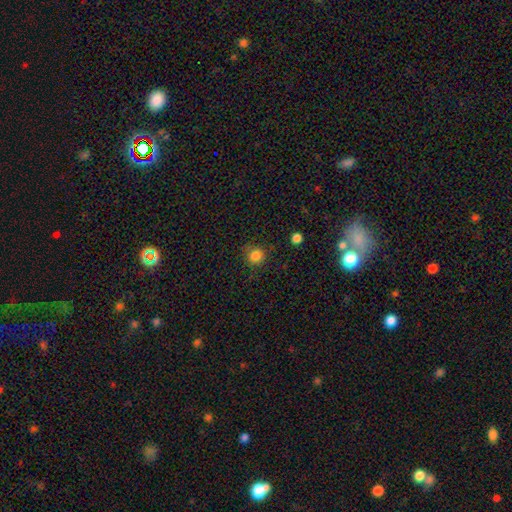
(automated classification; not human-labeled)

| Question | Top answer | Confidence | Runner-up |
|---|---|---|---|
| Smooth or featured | smooth | 84% | star or artifact (12%) |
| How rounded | round | 92% | in between (7%) |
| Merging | none | 85% | minor disturbance (10%) |